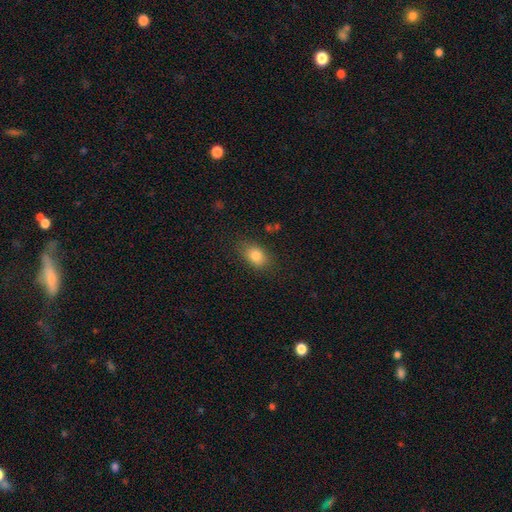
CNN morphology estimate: type=smooth (83%); roundness=in between (80%); merging=none (81%).